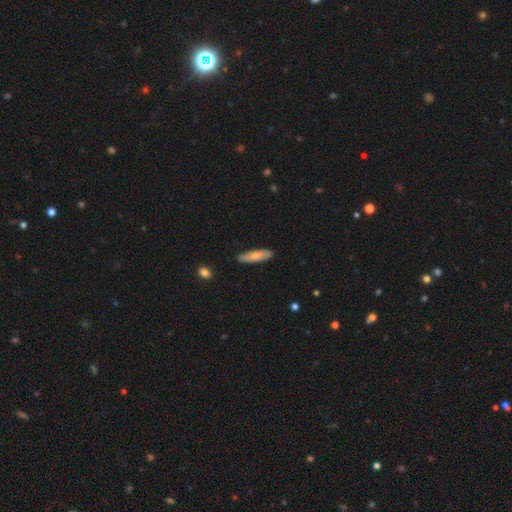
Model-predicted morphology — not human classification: type=smooth (71%); roundness=cigar-shaped (67%); merging=none (87%).